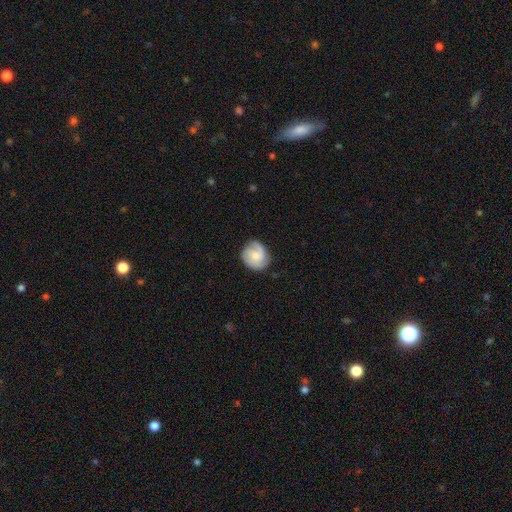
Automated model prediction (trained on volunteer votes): Smooth or featured? Predicted: featured or disk (p=0.58). Edge-on disk? Predicted: no (p=0.98). Bar? Predicted: no (p=0.67). Spiral arms? Predicted: yes (p=0.92). Spiral winding? Predicted: tight (p=0.44). Spiral arm count? Predicted: 2 (p=0.36). Bulge size? Predicted: small (p=0.49). Merging? Predicted: none (p=0.76).